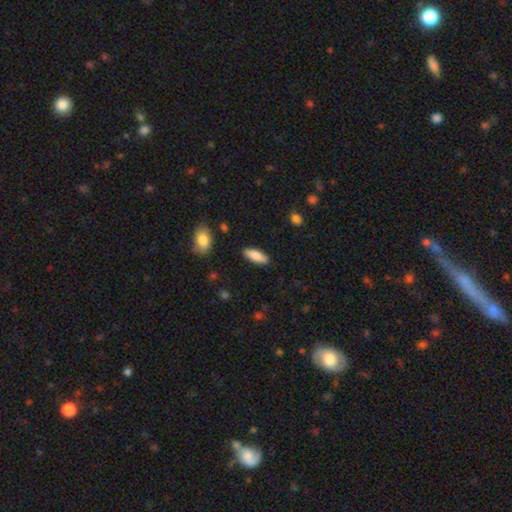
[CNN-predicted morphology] Smooth or featured?
  - smooth: 85% *
  - featured or disk: 9%
  - star or artifact: 6%
How rounded?
  - in between: 70% *
  - cigar-shaped: 28%
  - round: 2%
Merging?
  - none: 87% *
  - minor disturbance: 9%
  - major disturbance: 2%
  - merger: 2%